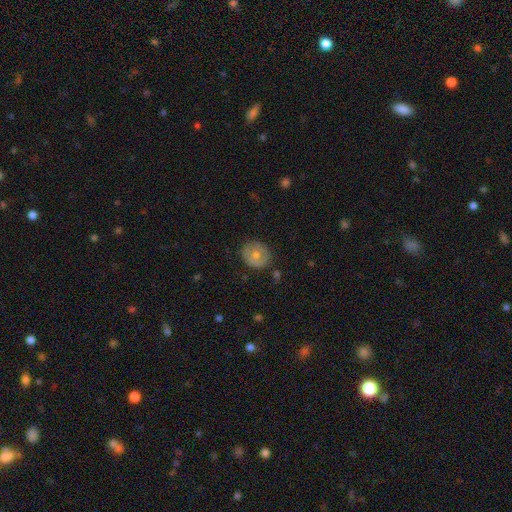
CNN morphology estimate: type=smooth (54%); roundness=round (78%); merging=none (77%).